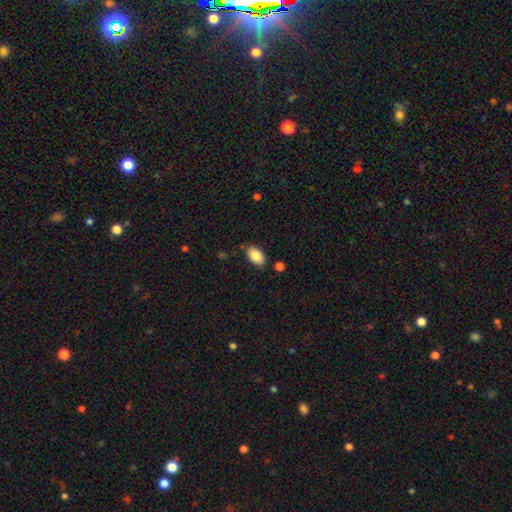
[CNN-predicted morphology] Smooth or featured: smooth — 85% (featured or disk — 8%)
How rounded: in between — 92% (round — 7%)
Merging: none — 83% (minor disturbance — 12%)